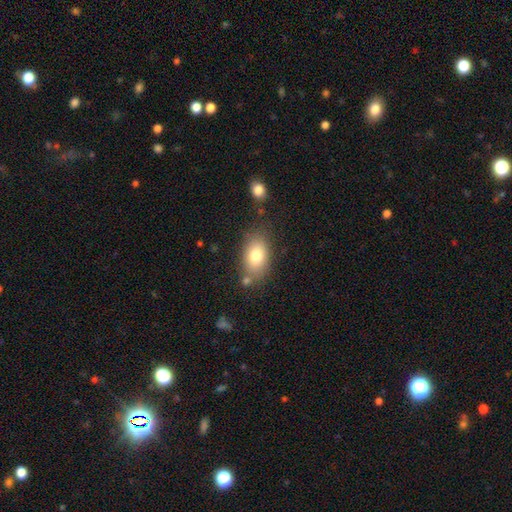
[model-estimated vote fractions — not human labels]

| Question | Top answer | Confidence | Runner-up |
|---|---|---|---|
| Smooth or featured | smooth | 78% | featured or disk (14%) |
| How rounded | in between | 87% | round (11%) |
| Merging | none | 73% | minor disturbance (15%) |